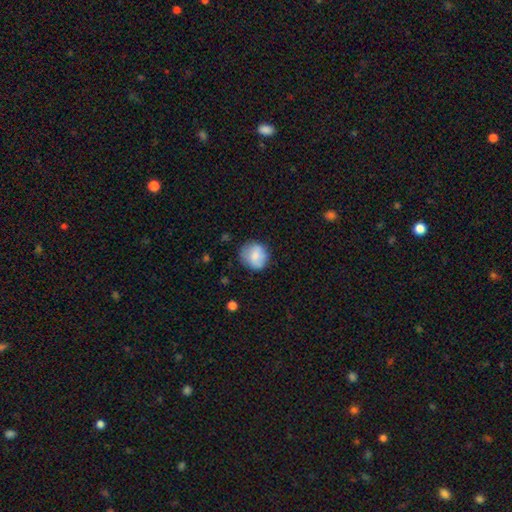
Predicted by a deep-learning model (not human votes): Q: Smooth or featured?
A: smooth (74%); runner-up: featured or disk (18%)
Q: How rounded?
A: round (80%); runner-up: in between (19%)
Q: Merging?
A: none (72%); runner-up: minor disturbance (20%)